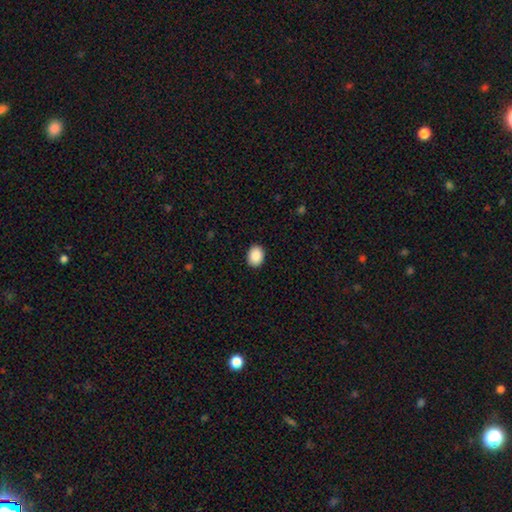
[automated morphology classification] Overall: smooth (90%). How rounded: in between (64%; round 36%). Merging: none (91%).